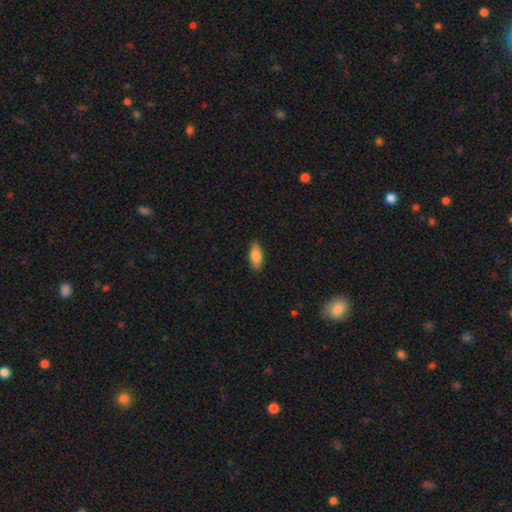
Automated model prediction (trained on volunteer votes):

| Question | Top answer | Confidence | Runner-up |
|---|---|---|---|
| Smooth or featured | smooth | 84% | featured or disk (10%) |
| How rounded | in between | 80% | cigar-shaped (18%) |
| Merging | none | 88% | minor disturbance (9%) |